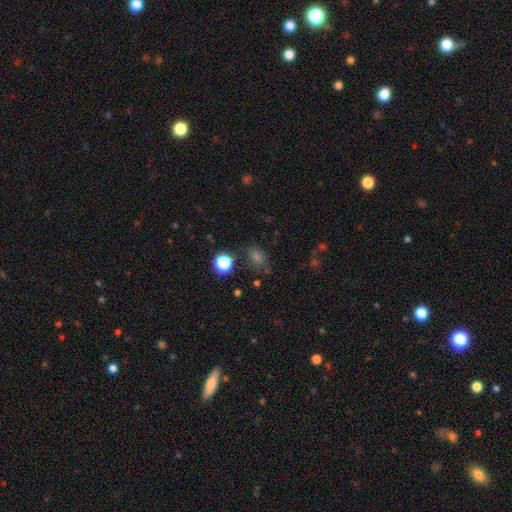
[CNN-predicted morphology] type=smooth (59%); roundness=in between (54%); merging=none (70%).